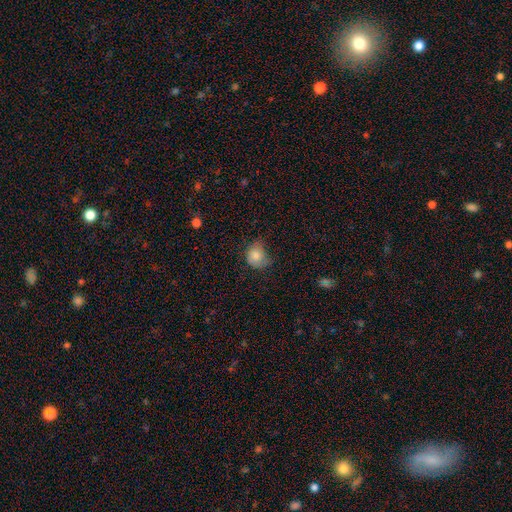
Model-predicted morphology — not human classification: Overall: smooth (79%). How rounded: round (65%; in between 34%). Merging: none (42%; minor disturbance 39%).